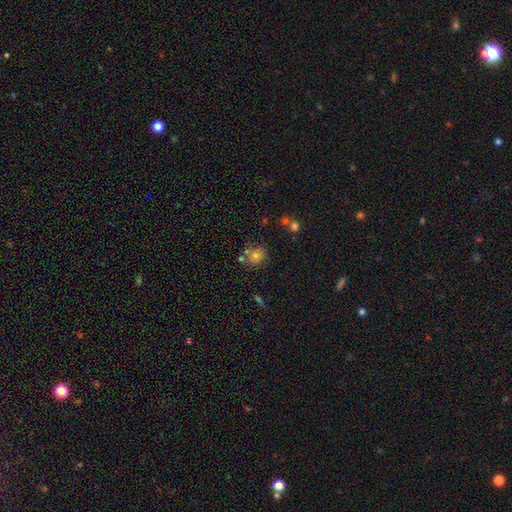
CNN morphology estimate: smooth 74%, star or artifact 15%, featured or disk 10%. Down the decision tree: how rounded — round (74%); merging — none (65%).